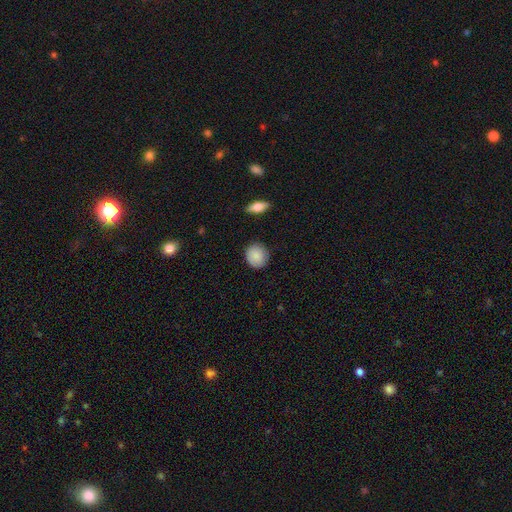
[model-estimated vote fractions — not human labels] Q: Smooth or featured?
A: smooth (88%); runner-up: star or artifact (7%)
Q: How rounded?
A: round (74%); runner-up: in between (25%)
Q: Merging?
A: none (86%); runner-up: minor disturbance (11%)